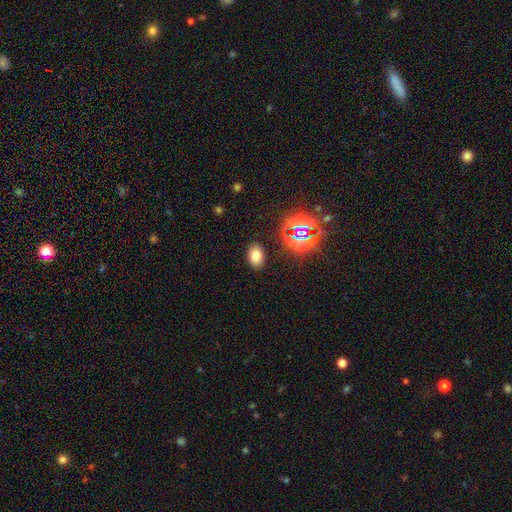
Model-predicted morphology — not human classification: Q: Smooth or featured?
A: smooth (72%); runner-up: star or artifact (19%)
Q: How rounded?
A: in between (84%); runner-up: round (14%)
Q: Merging?
A: none (87%); runner-up: minor disturbance (8%)